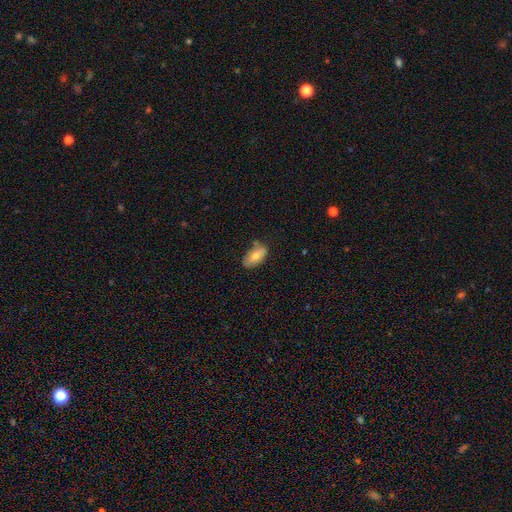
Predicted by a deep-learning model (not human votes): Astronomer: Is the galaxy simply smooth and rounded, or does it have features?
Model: smooth — 72%.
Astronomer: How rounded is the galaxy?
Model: in between — 89%.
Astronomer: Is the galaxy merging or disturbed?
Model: none — 71%.